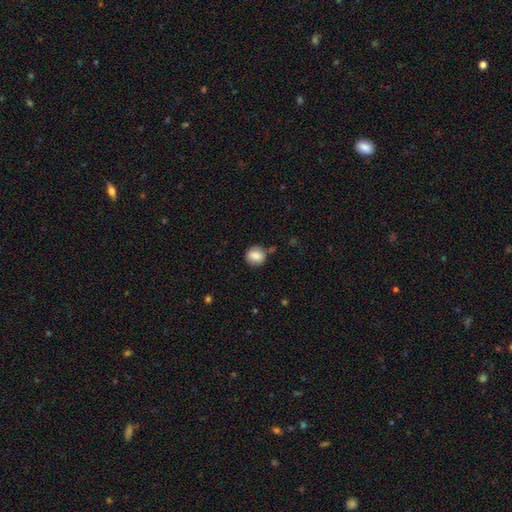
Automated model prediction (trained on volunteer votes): smooth 84%, star or artifact 8%, featured or disk 7%. Down the decision tree: how rounded — round (81%); merging — none (76%).